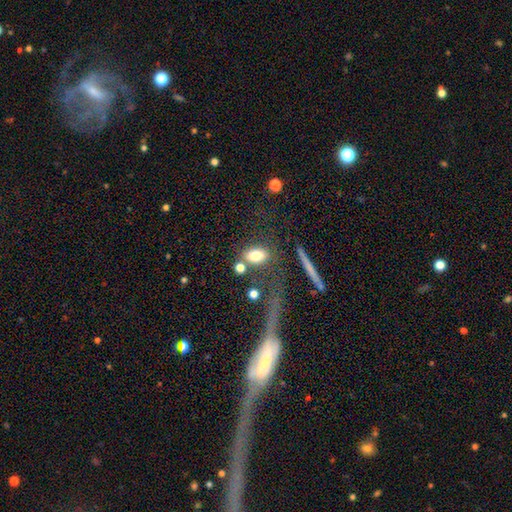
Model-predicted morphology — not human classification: type=smooth (77%); roundness=in between (79%); merging=none (61%).